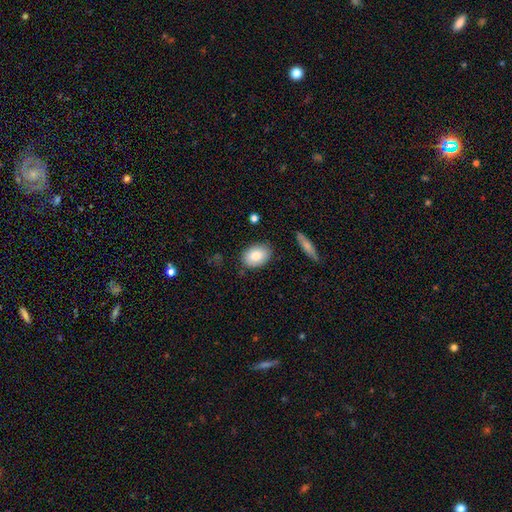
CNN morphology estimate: Smooth or featured?
  - smooth: 82% *
  - featured or disk: 11%
  - star or artifact: 7%
How rounded?
  - in between: 82% *
  - round: 16%
  - cigar-shaped: 1%
Merging?
  - none: 83% *
  - minor disturbance: 12%
  - major disturbance: 3%
  - merger: 2%